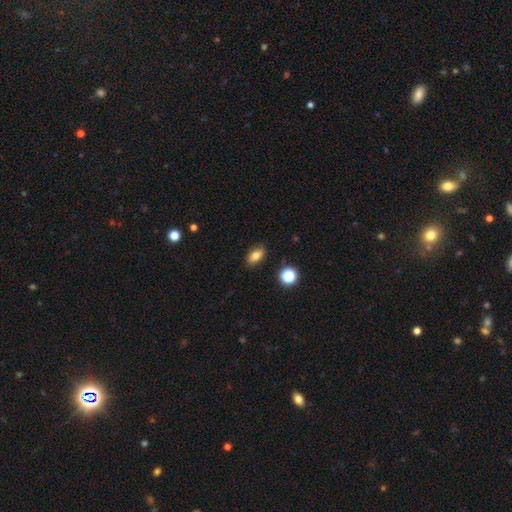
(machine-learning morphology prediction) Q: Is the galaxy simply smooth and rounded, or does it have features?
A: smooth — 80%.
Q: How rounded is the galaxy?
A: in between — 85%.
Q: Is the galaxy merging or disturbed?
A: none — 86%.